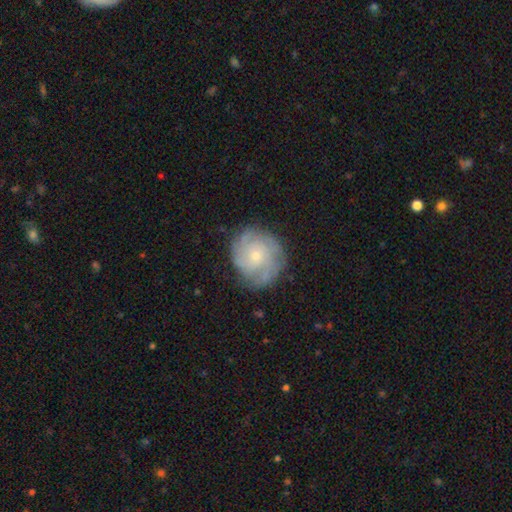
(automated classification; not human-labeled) Smooth or featured? Predicted: featured or disk (p=0.71). Edge-on disk? Predicted: no (p=0.98). Bar? Predicted: no (p=0.80). Spiral arms? Predicted: yes (p=0.90). Spiral winding? Predicted: tight (p=0.60). Spiral arm count? Predicted: can't tell (p=0.39). Bulge size? Predicted: small (p=0.66). Merging? Predicted: none (p=0.75).